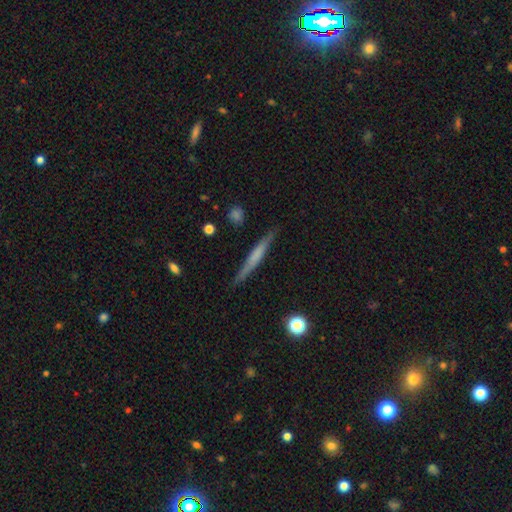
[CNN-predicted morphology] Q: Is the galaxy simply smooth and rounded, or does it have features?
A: featured or disk — 48%.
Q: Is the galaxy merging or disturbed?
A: none — 86%.